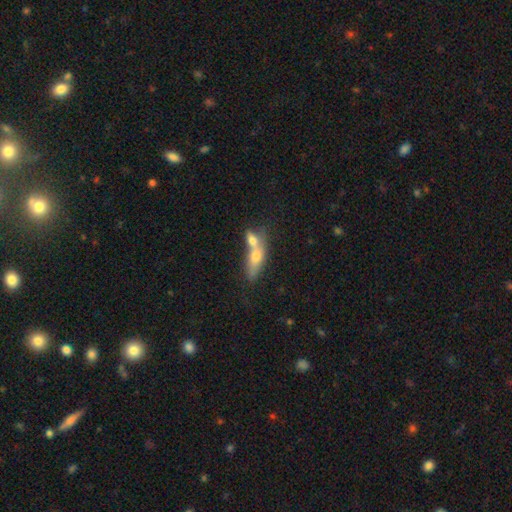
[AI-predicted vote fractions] Smooth or featured?
  - smooth: 57% *
  - featured or disk: 34%
  - star or artifact: 9%
How rounded?
  - in between: 52% *
  - cigar-shaped: 39%
  - round: 8%
Merging?
  - merger: 61% *
  - none: 25%
  - minor disturbance: 9%
  - major disturbance: 5%